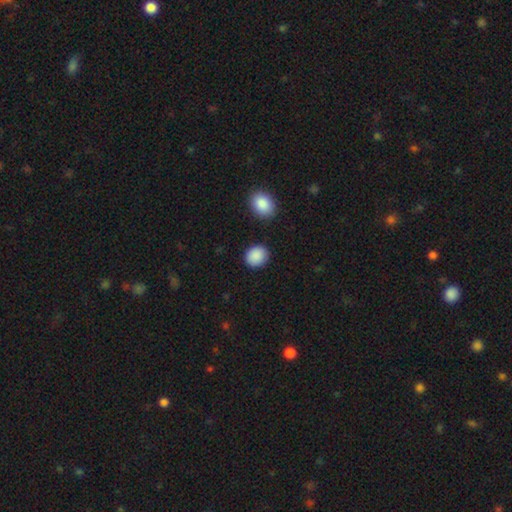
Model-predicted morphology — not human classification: This appears to be a smooth galaxy with no disk features (90%) that is round (71%). Merging: none (87%).